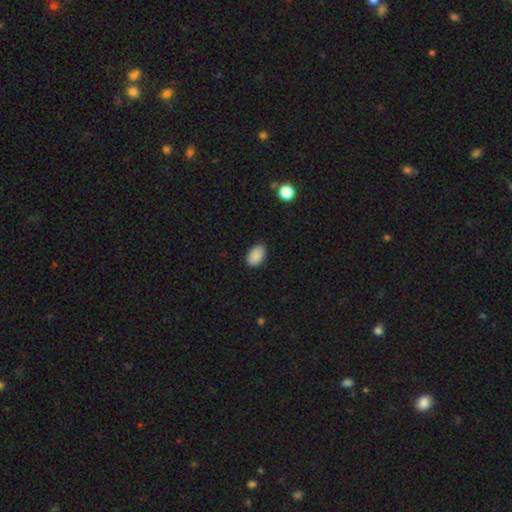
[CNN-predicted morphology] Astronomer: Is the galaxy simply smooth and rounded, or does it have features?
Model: smooth — 89%.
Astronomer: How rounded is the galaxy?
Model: in between — 90%.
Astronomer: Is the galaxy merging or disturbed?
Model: none — 85%.